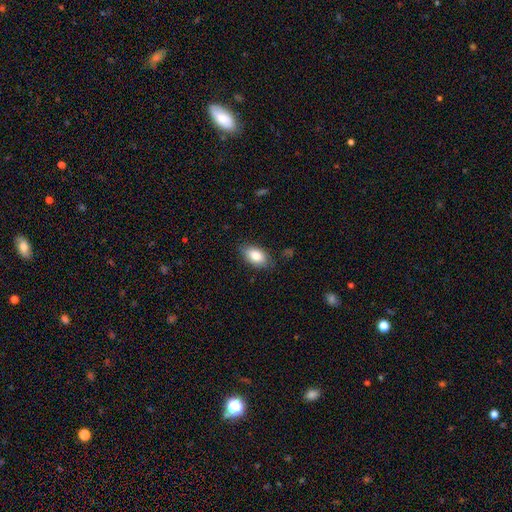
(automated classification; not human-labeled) A smooth galaxy with no disk features (83%) that is in between round and cigar-shaped (91%). Merging: none (80%).